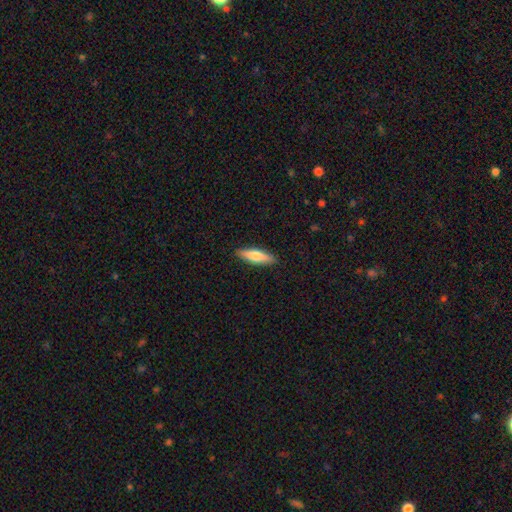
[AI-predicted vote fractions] This is likely a smooth galaxy (71%). How rounded: likely cigar-shaped (60%). Merging: clearly none (90%).